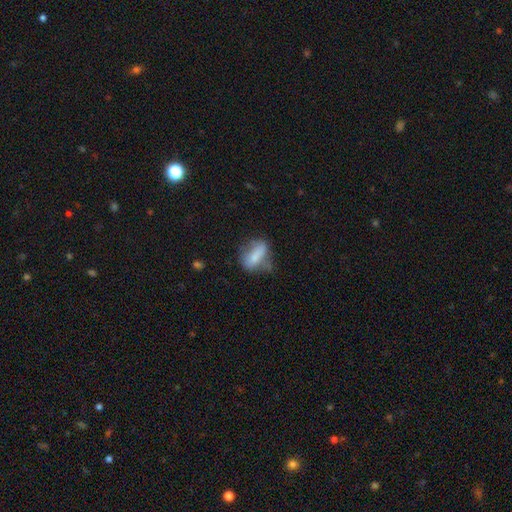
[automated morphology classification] Smooth or featured: smooth — 65% (featured or disk — 26%)
How rounded: in between — 77% (round — 12%)
Merging: none — 40% (minor disturbance — 32%)